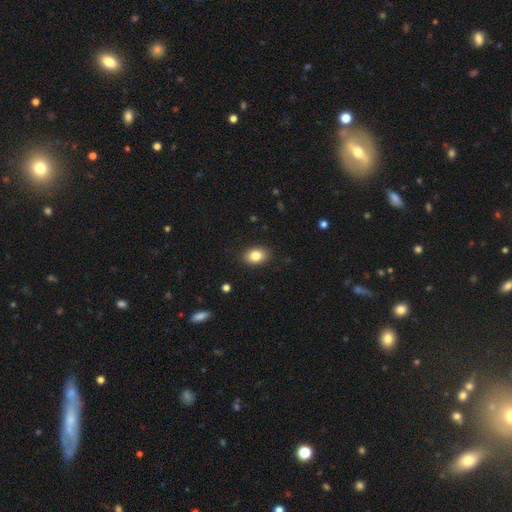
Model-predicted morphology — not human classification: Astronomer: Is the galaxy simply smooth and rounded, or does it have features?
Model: smooth — 83%.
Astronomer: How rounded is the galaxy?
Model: in between — 75%.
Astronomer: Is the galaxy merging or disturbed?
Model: none — 88%.